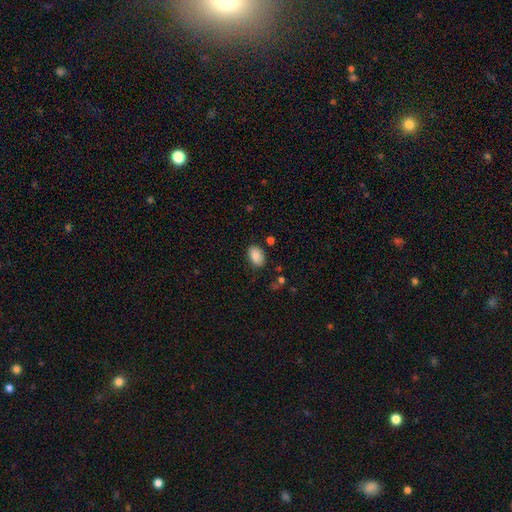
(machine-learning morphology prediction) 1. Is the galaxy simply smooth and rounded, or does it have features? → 88% smooth, 8% star or artifact, 5% featured or disk.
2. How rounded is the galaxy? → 88% in between, 11% round, 1% cigar-shaped.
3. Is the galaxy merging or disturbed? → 80% none, 14% minor disturbance, 3% major disturbance, 2% merger.